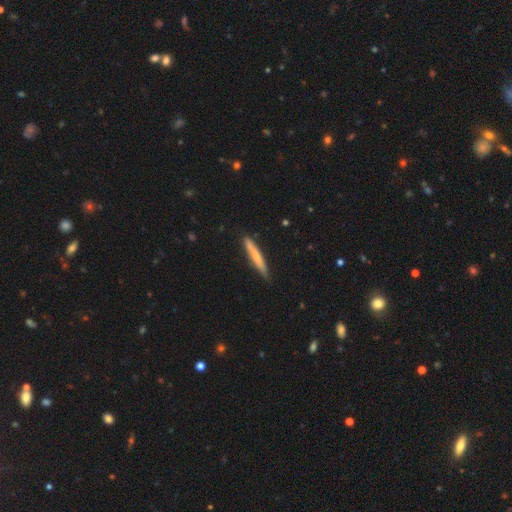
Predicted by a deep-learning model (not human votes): smooth-or-featured: smooth: 62% | featured or disk: 32% | star or artifact: 6%
  how-rounded: cigar-shaped: 95% | in between: 4% | round: 1%
  merging: none: 85% | minor disturbance: 11% | major disturbance: 2% | merger: 2%